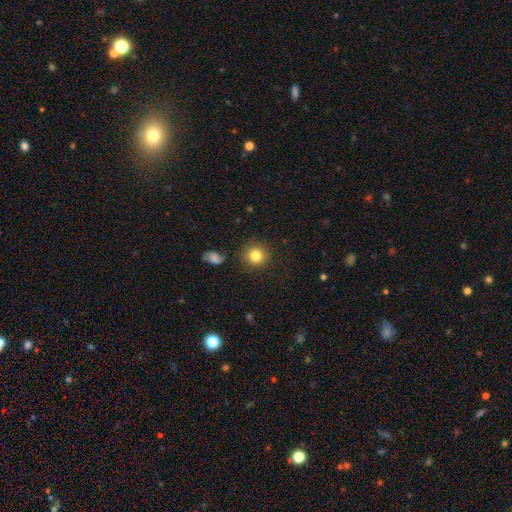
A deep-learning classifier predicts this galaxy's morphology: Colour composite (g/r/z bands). It shows a smooth galaxy with no disk features (82%) that is round (93%). Merging: none (88%).